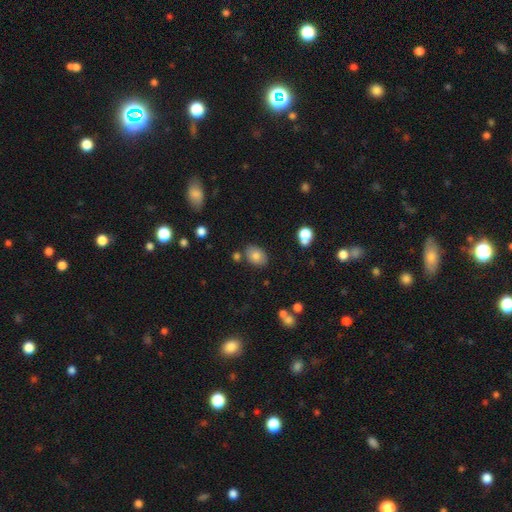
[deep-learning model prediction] smooth 79%, featured or disk 12%, star or artifact 10%. Down the decision tree: how rounded — in between (77%); merging — none (78%).